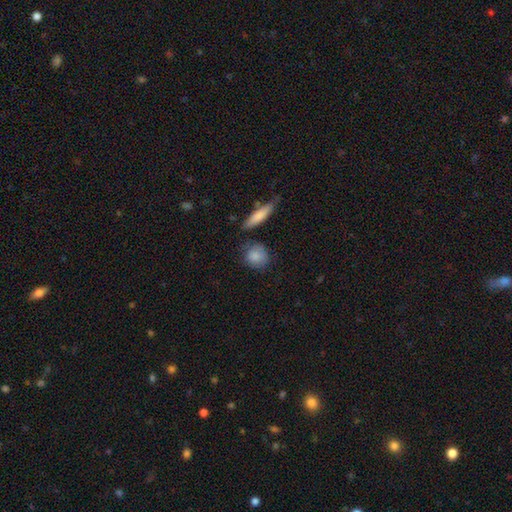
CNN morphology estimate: This is clearly a smooth galaxy (86%). How rounded: likely round (70%). Merging: likely none (71%).